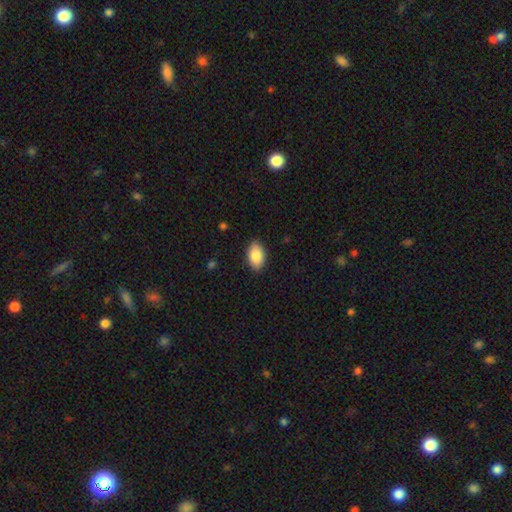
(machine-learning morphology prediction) Smooth or featured?
  - smooth: 87% *
  - featured or disk: 7%
  - star or artifact: 6%
How rounded?
  - in between: 94% *
  - round: 5%
  - cigar-shaped: 2%
Merging?
  - none: 88% *
  - minor disturbance: 9%
  - major disturbance: 2%
  - merger: 1%